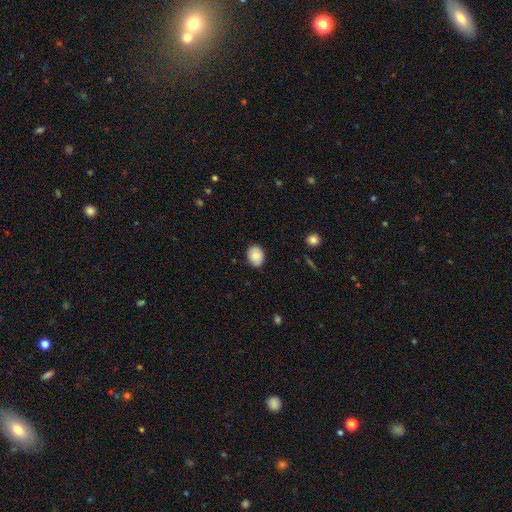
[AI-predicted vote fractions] smooth 84%, featured or disk 8%, star or artifact 8%. Down the decision tree: how rounded — in between (51%); merging — none (85%).